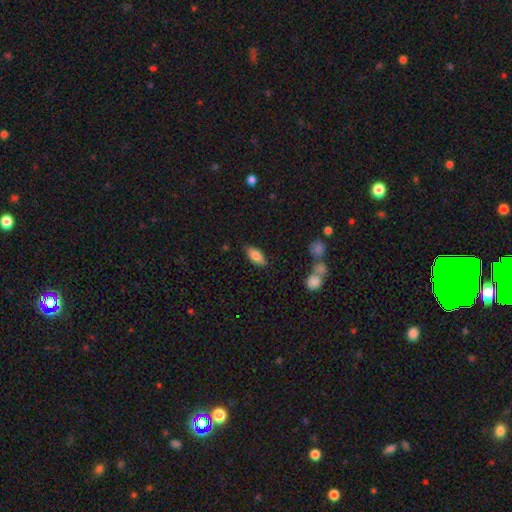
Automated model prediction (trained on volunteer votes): Smooth or featured? Predicted: smooth (p=0.82). How rounded? Predicted: in between (p=0.85). Merging? Predicted: none (p=0.84).